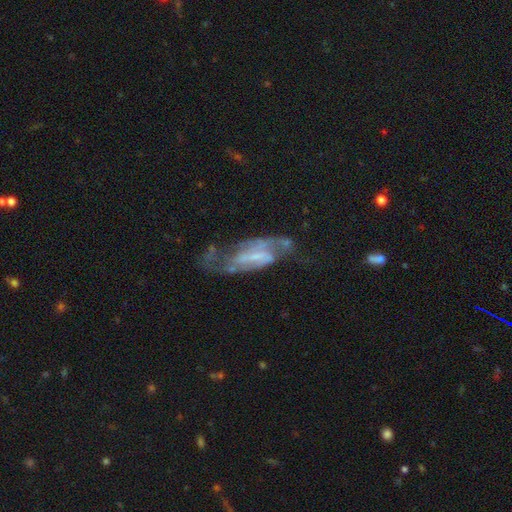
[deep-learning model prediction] Smooth or featured?
  - featured or disk: 80% *
  - smooth: 13%
  - star or artifact: 8%
Edge-on disk?
  - no: 89% *
  - yes: 11%
Bar?
  - strong: 40% * (tied)
  - weak: 40% * (tied)
  - no: 20%
Spiral arms?
  - yes: 86% *
  - no: 14%
Spiral winding?
  - medium: 47% *
  - loose: 30%
  - tight: 24%
Spiral arm count?
  - 2: 76% *
  - can't tell: 14%
  - 1: 4%
  - 3: 3%
  - 4: 1%
  - more than 4: 1%
Bulge size?
  - small: 42% *
  - none: 33%
  - moderate: 19%
  - large: 4%
  - dominant: 1%
Merging?
  - none: 51% *
  - major disturbance: 23%
  - minor disturbance: 22%
  - merger: 5%